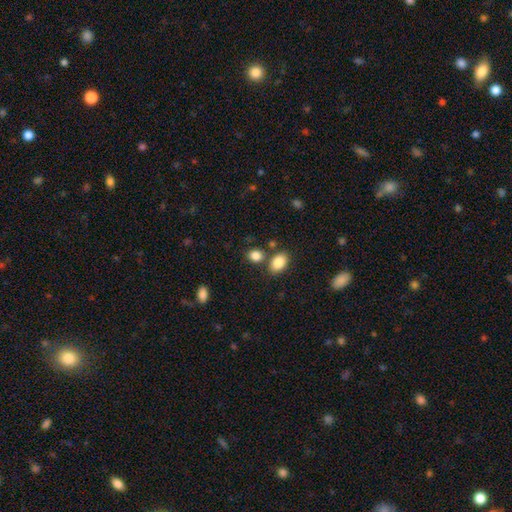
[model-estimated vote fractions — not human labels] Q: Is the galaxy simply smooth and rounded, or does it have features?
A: smooth — 85%.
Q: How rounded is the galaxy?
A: in between — 53%.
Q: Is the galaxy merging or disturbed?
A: none — 68%.